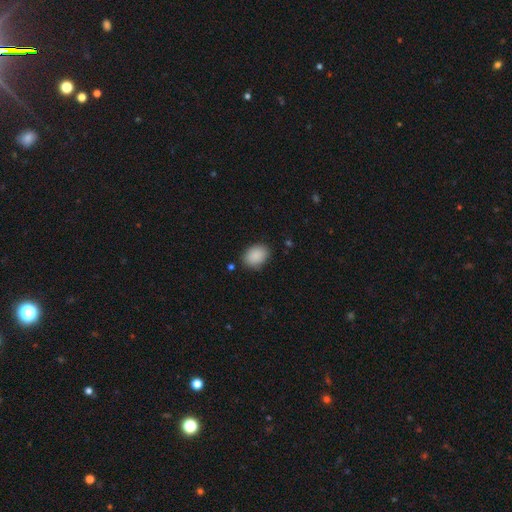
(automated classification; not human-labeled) smooth 89%, star or artifact 7%, featured or disk 3%. Down the decision tree: how rounded — in between (72%); merging — none (84%).